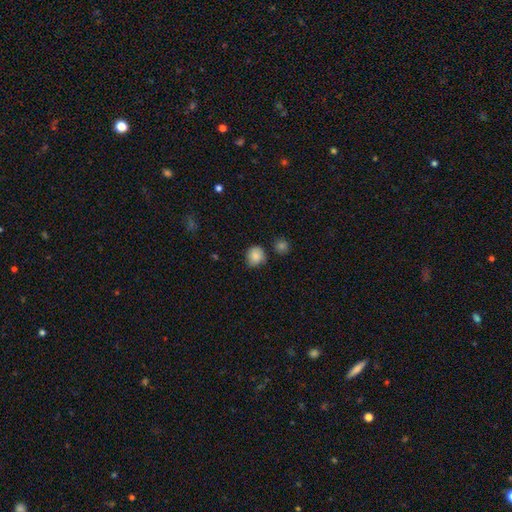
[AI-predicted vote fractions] Morphology: type=smooth (86%); roundness=round (83%); merging=none (77%).